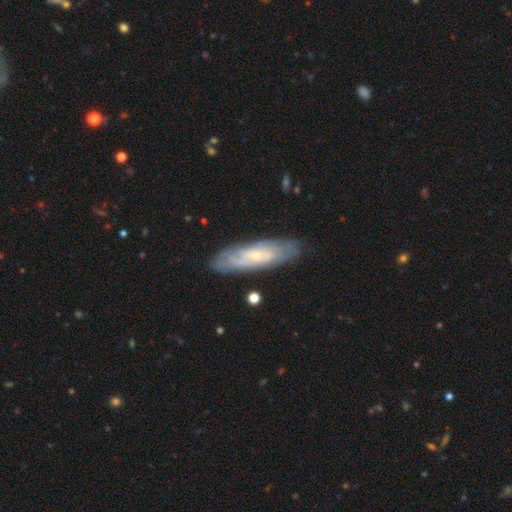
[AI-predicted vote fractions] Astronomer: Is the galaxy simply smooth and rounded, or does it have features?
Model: featured or disk — 66%.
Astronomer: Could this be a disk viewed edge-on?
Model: no — 74%.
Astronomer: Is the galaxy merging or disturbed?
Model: none — 80%.